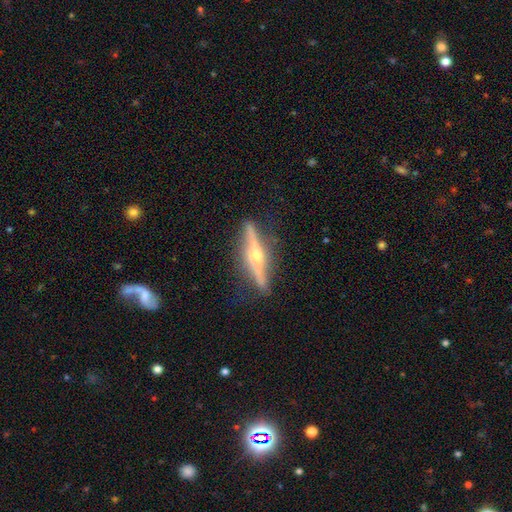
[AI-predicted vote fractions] This appears to be a featured or disk galaxy (81%) viewed edge-on (96%) with a rounded central bulge (90%). Merging: none (82%).